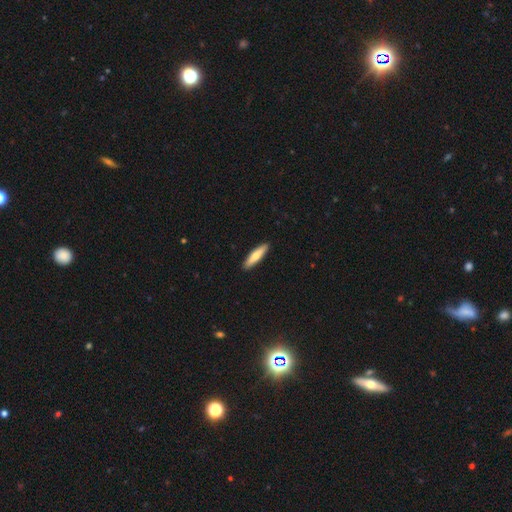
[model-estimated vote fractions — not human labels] A smooth galaxy with no disk features (69%) that is cigar-shaped (78%). Merging: none (92%).